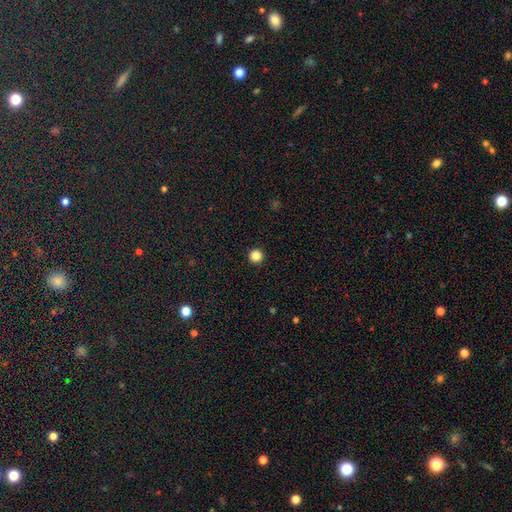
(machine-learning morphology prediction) A smooth galaxy with no disk features (85%) that is round (97%).

Vote fractions:
- Smooth or featured? smooth: 85% / star or artifact: 12% / featured or disk: 3%
- How rounded? round: 97% / in between: 2% / cigar-shaped: 1%
- Merging? none: 94% / minor disturbance: 4% / major disturbance: 1% / merger: 1%